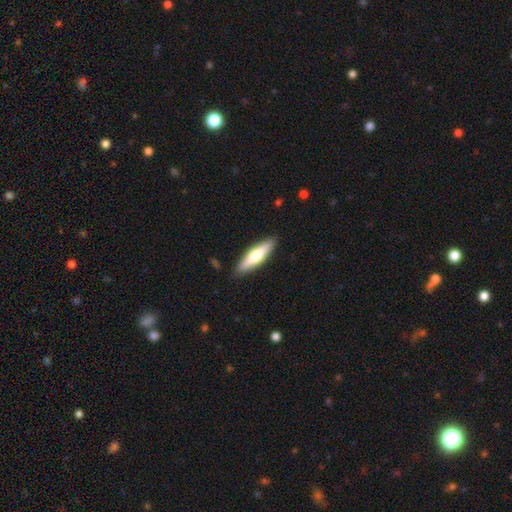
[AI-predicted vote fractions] Smooth or featured? Predicted: smooth (p=0.51). How rounded? Predicted: cigar-shaped (p=0.74). Merging? Predicted: none (p=0.88).